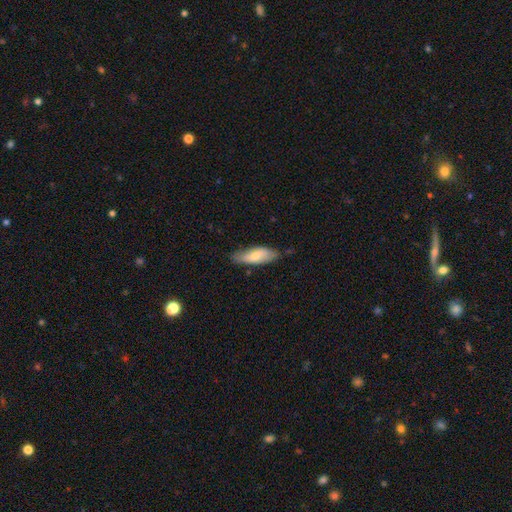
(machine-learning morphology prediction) A smooth galaxy with no disk features (71%) that is in between round and cigar-shaped (66%). Merging: none (71%).